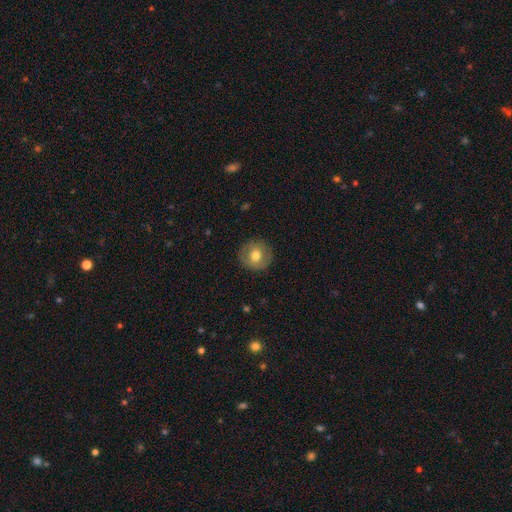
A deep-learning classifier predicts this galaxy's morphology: This is likely a smooth galaxy (64%). How rounded: clearly round (92%). Merging: clearly none (87%).